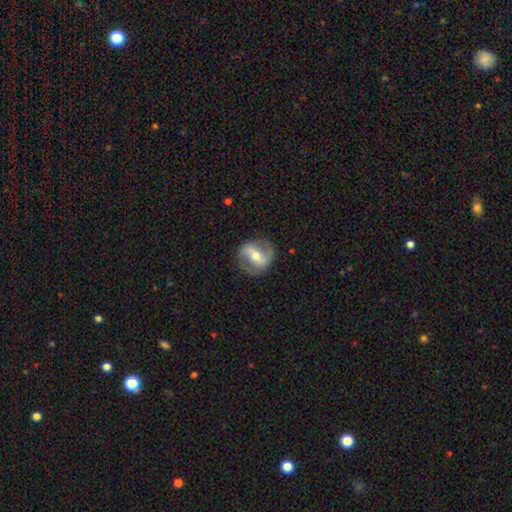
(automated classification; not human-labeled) This is likely a featured or disk galaxy (78%). It is clearly not viewed edge-on (95%). Bar: possibly strong (51%). Spiral arm pattern: clearly yes (81%). Spiral arm count: clearly 2 (88%). Spiral winding: marginally medium (43%). Central bulge: likely moderate (61%). Merging: clearly none (82%).